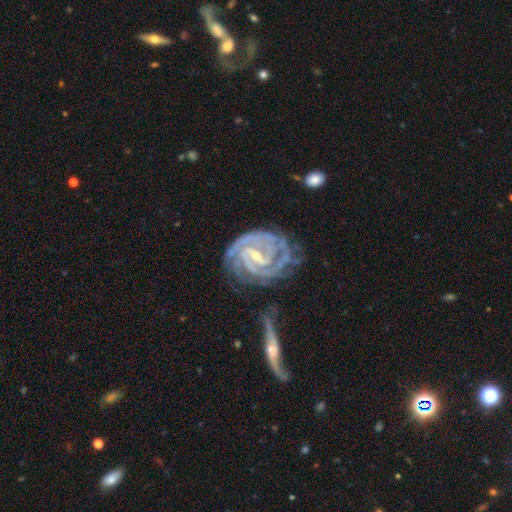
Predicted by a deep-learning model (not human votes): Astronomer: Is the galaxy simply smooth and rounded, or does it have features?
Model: featured or disk — 93%.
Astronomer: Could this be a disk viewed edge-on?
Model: no — 98%.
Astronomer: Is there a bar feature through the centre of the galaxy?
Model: weak — 47% (runner-up: strong, 38%).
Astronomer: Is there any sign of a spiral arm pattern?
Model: yes — 98%.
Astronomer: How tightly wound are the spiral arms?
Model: tight — 75%.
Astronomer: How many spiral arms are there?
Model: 2 — 36% (runner-up: 3, 26%).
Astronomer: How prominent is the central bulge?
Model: small — 68%.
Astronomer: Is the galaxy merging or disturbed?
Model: none — 57%.